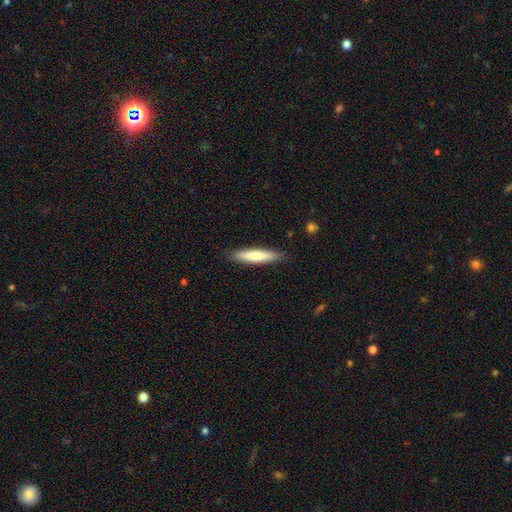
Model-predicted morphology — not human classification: Smooth or featured: smooth — 73% (featured or disk — 22%)
How rounded: cigar-shaped — 87% (in between — 12%)
Merging: none — 88% (minor disturbance — 9%)